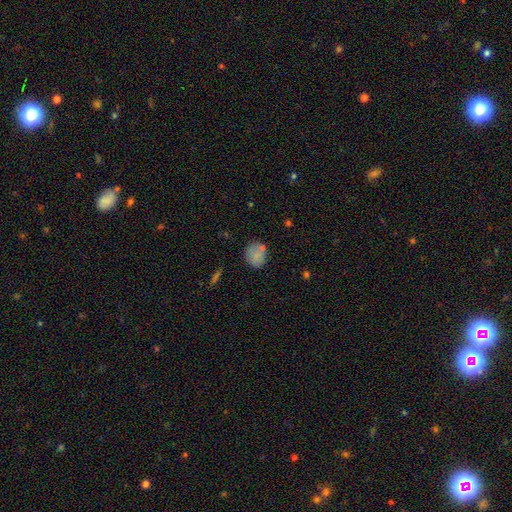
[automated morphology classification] The model was most divided on "how rounded": round: 70%, in between: 29%, cigar-shaped: 1%. More confident: smooth or featured — smooth (80%); merging — none (72%).